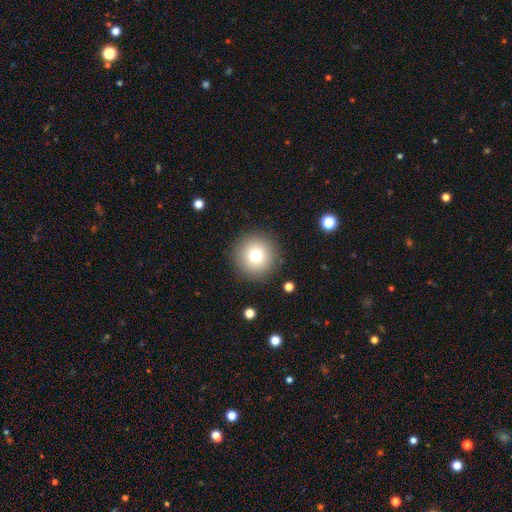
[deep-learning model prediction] Overall: smooth (75%). How rounded: round (96%). Merging: none (91%).